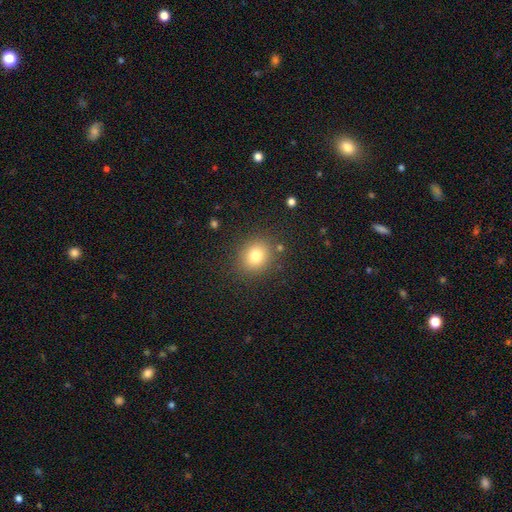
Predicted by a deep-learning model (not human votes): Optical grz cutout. It shows a smooth galaxy with no disk features (78%) that is round (75%). Merging: none (85%).